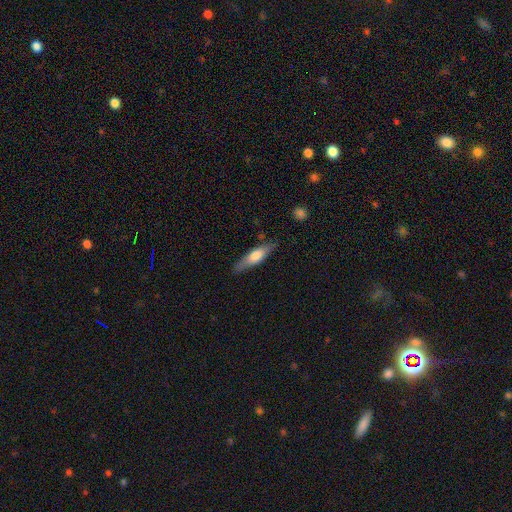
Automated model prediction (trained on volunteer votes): This appears to be a smooth galaxy with no disk features (49%). Merging: none (82%).